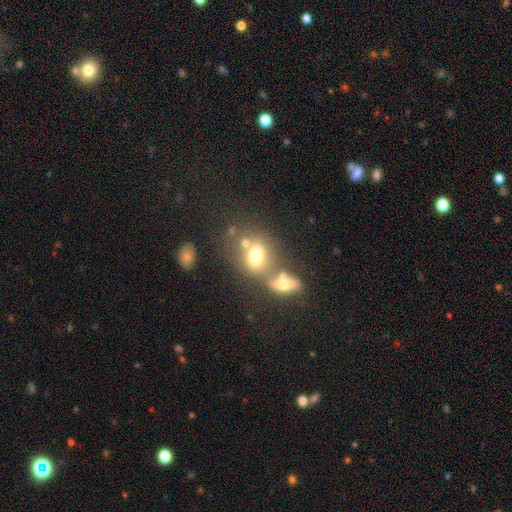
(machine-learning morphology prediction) A smooth galaxy with no disk features (64%) that is in between round and cigar-shaped (67%). Merging: merger (44%).